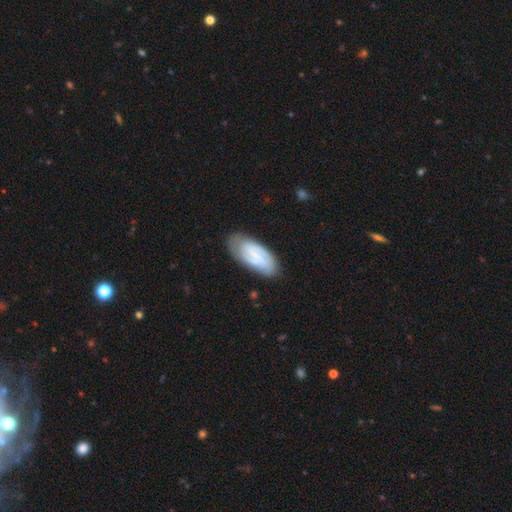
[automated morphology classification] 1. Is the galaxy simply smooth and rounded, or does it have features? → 62% featured or disk, 32% smooth, 6% star or artifact.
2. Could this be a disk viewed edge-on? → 95% no, 5% yes.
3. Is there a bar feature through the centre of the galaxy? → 47% weak, 36% no, 18% strong.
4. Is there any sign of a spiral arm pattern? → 90% yes, 10% no.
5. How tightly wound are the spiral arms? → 51% tight, 37% medium, 12% loose.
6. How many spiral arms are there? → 65% 2, 20% can't tell, 7% 3, 4% 1, 2% 4, 2% more than 4.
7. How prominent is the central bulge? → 52% small, 33% none, 13% moderate, 2% large, 1% dominant.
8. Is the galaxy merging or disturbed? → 76% none, 17% minor disturbance, 5% major disturbance, 2% merger.